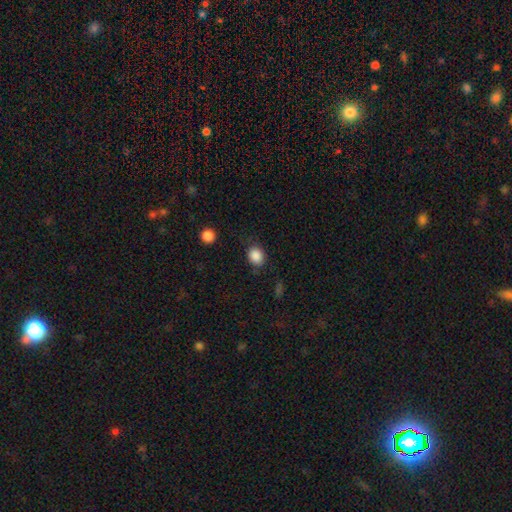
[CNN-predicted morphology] Smooth or featured? smooth (87%)
How rounded? round (59%)
Merging? none (79%)